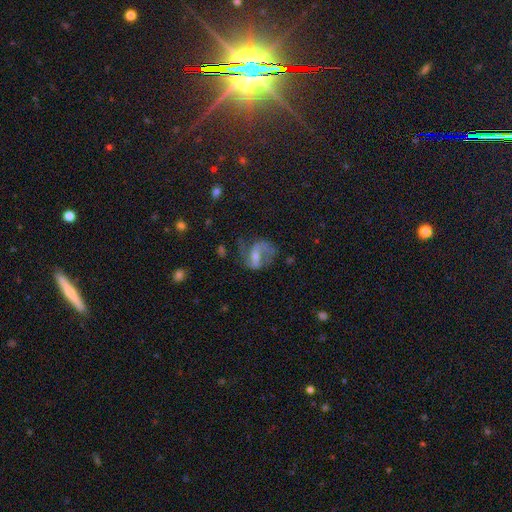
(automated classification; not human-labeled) A featured or disk galaxy (71%) with a weak bar (44%), 2 (75%) loose (45%) spiral arms (84%) and a small central bulge (44%).

Vote fractions:
- Smooth or featured? featured or disk: 71% / smooth: 20% / star or artifact: 9%
- Edge-on disk? no: 97% / yes: 3%
- Bar? weak: 44% / strong: 28% / no: 27%
- Spiral arms? yes: 84% / no: 16%
- Spiral winding? loose: 45% / medium: 43% / tight: 13%
- Spiral arm count? 2: 75% / 1: 12% / can't tell: 9% / 3: 2% / 4: 1% / more than 4: 1%
- Bulge size? small: 44% / moderate: 39% / none: 11% / large: 4% / dominant: 1%
- Merging? none: 44% / major disturbance: 31% / minor disturbance: 22% / merger: 3%